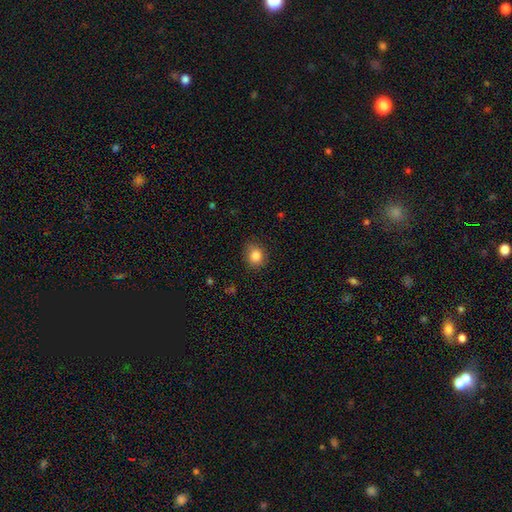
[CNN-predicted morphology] smooth-or-featured: smooth: 84% | star or artifact: 10% | featured or disk: 6%
  how-rounded: round: 75% | in between: 24% | cigar-shaped: 1%
  merging: none: 83% | minor disturbance: 13% | major disturbance: 3% | merger: 1%